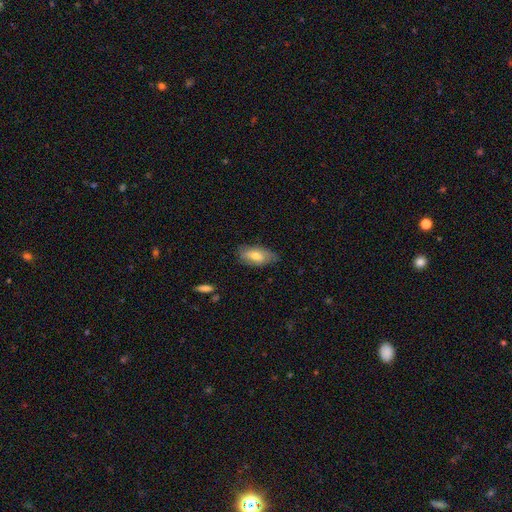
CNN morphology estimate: This is likely a smooth galaxy (67%). How rounded: clearly in between (86%). Merging: likely none (73%).